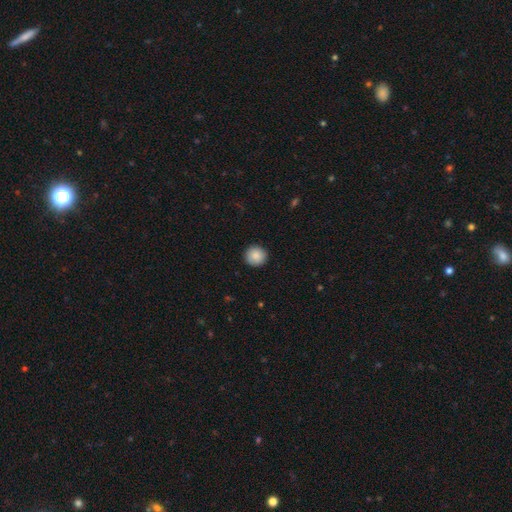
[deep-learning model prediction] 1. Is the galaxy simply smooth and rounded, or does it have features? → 88% smooth, 7% star or artifact, 5% featured or disk.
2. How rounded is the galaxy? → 95% round, 5% in between, 1% cigar-shaped.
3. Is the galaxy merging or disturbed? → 91% none, 6% minor disturbance, 2% major disturbance, 1% merger.